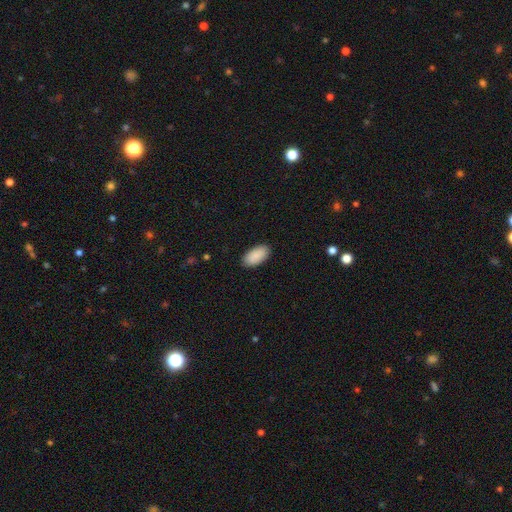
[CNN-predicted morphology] Smooth or featured? Predicted: smooth (p=0.91). How rounded? Predicted: in between (p=0.95). Merging? Predicted: none (p=0.89).